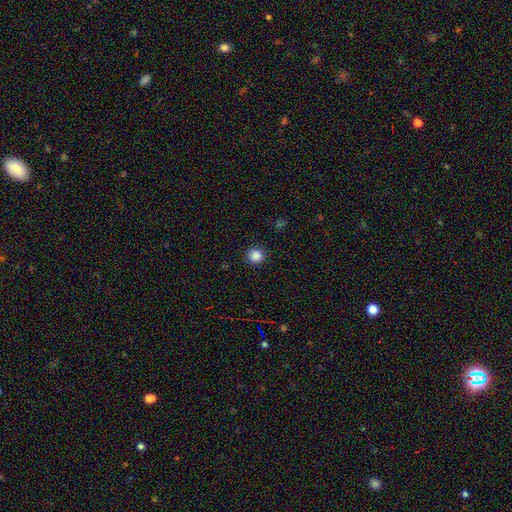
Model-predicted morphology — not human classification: The model was most divided on "smooth or featured": smooth: 86%, star or artifact: 11%, featured or disk: 3%. More confident: how rounded — round (91%); merging — none (91%).